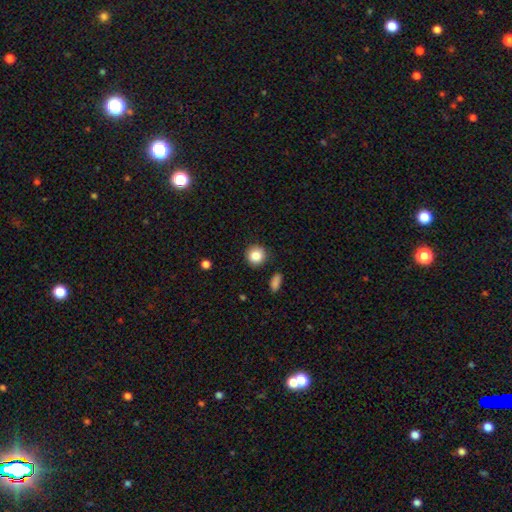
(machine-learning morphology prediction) Smooth or featured? Predicted: smooth (p=0.86). How rounded? Predicted: round (p=0.91). Merging? Predicted: none (p=0.88).